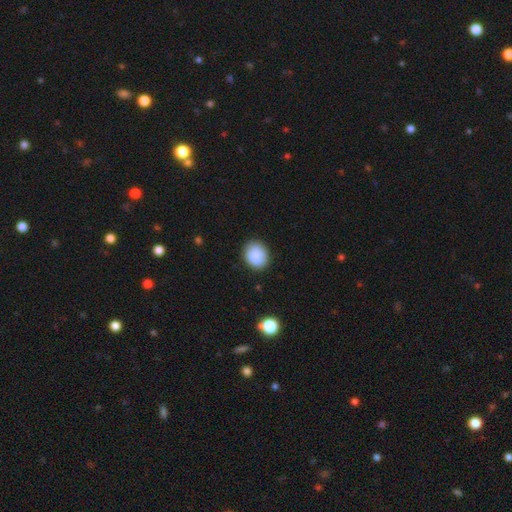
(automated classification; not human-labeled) smooth-or-featured: smooth: 87% | star or artifact: 8% | featured or disk: 5%
  how-rounded: round: 58% | in between: 41% | cigar-shaped: 1%
  merging: none: 83% | minor disturbance: 13% | major disturbance: 3% | merger: 1%